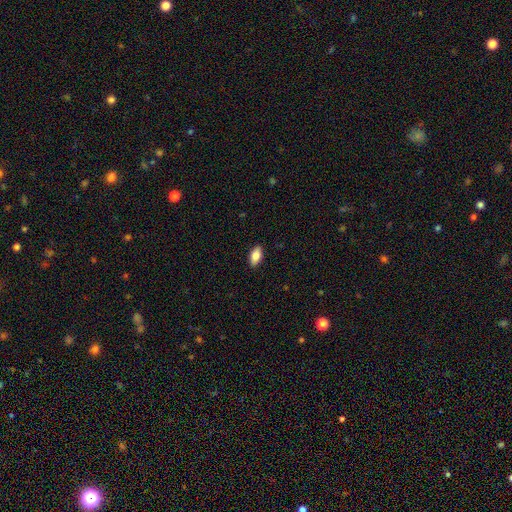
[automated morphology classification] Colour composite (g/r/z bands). It shows a smooth galaxy with no disk features (81%) that is in between round and cigar-shaped (90%). Merging: none (89%).